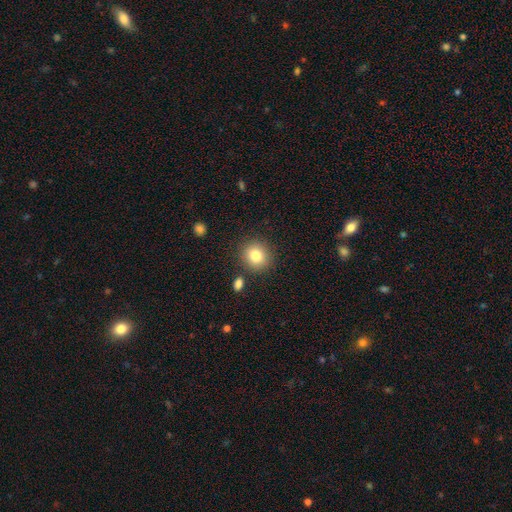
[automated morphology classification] smooth-or-featured: smooth: 82% | star or artifact: 10% | featured or disk: 8%
  how-rounded: round: 86% | in between: 13% | cigar-shaped: 1%
  merging: none: 85% | minor disturbance: 8% | merger: 4% | major disturbance: 3%